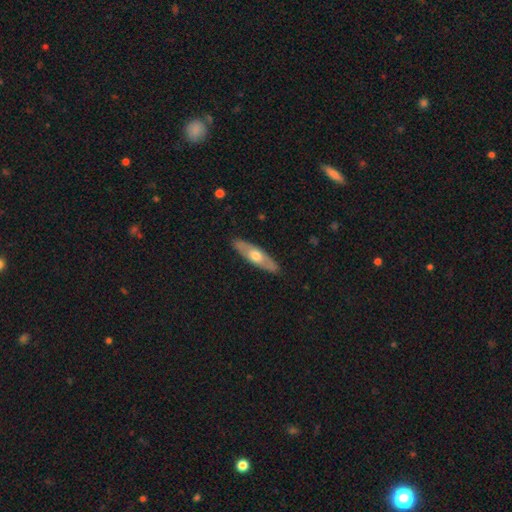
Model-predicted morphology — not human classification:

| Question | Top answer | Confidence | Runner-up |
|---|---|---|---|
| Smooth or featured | featured or disk | 53% | smooth (41%) |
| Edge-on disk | yes | 61% | no (39%) |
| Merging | none | 89% | minor disturbance (8%) |